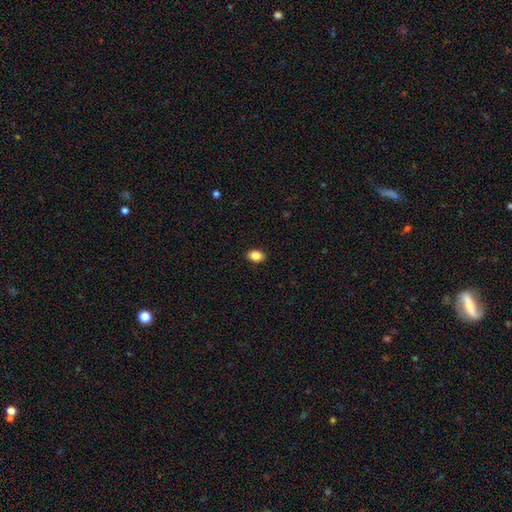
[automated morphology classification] Q: Smooth or featured?
A: smooth (86%); runner-up: star or artifact (9%)
Q: How rounded?
A: in between (81%); runner-up: round (18%)
Q: Merging?
A: none (90%); runner-up: minor disturbance (7%)